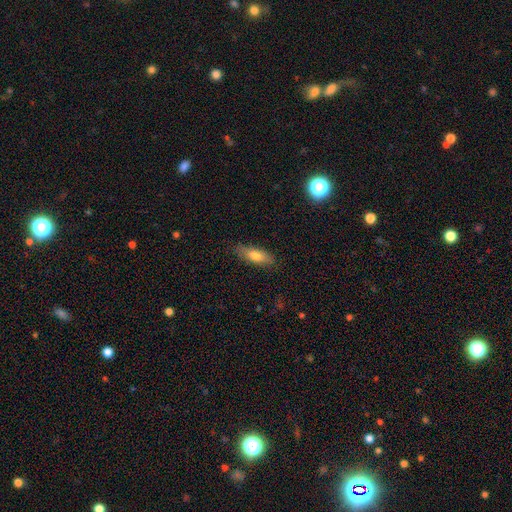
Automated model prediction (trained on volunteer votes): Q: Smooth or featured?
A: smooth (74%); runner-up: featured or disk (19%)
Q: How rounded?
A: in between (60%); runner-up: cigar-shaped (38%)
Q: Merging?
A: none (84%); runner-up: minor disturbance (12%)